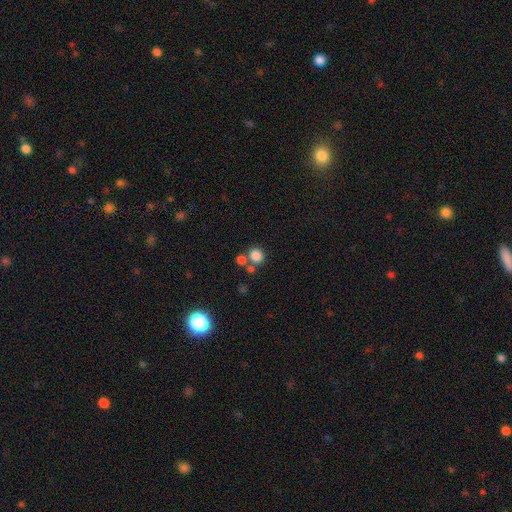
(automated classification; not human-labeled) A smooth galaxy with no disk features (82%) that is round (83%).

Vote fractions:
- Smooth or featured? smooth: 82% / star or artifact: 12% / featured or disk: 6%
- How rounded? round: 83% / in between: 16% / cigar-shaped: 1%
- Merging? none: 61% / merger: 27% / minor disturbance: 9% / major disturbance: 4%